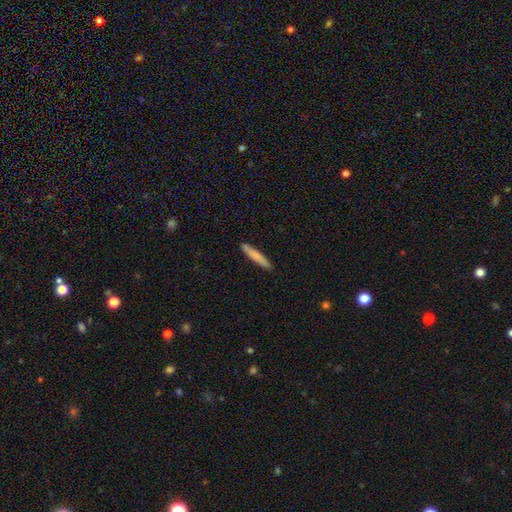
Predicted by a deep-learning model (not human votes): smooth-or-featured: smooth: 77% | featured or disk: 18% | star or artifact: 5%
  how-rounded: cigar-shaped: 94% | in between: 5% | round: 1%
  merging: none: 89% | minor disturbance: 8% | major disturbance: 1% | merger: 1%